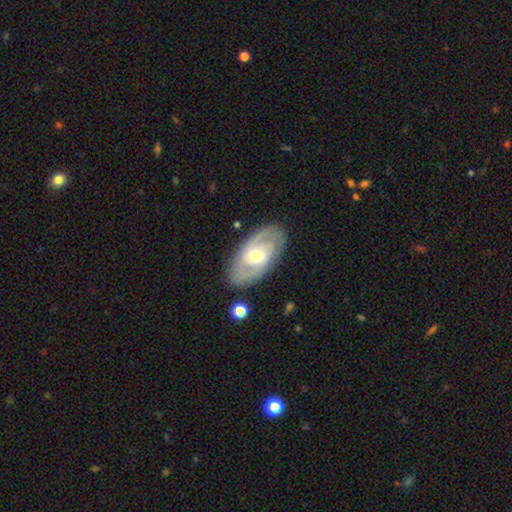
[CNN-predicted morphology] type=featured or disk (73%); edge-on=no (93%); bar=no (50%); spiral arms=yes (80%); winding=tight (46%); arm count=2 (66%); bulge=moderate (61%); merging=none (84%).